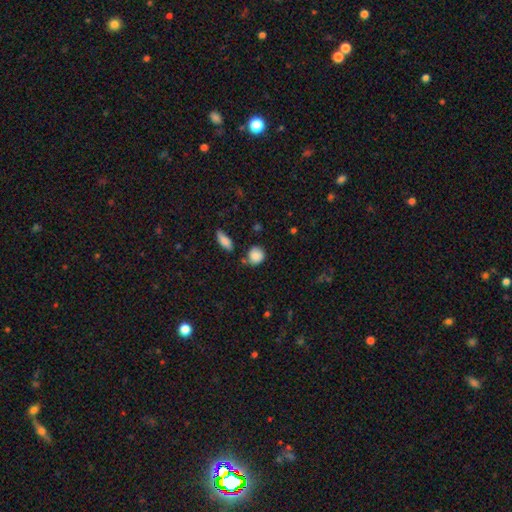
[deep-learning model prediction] smooth 86%, star or artifact 9%, featured or disk 5%. Down the decision tree: how rounded — round (78%); merging — none (65%).